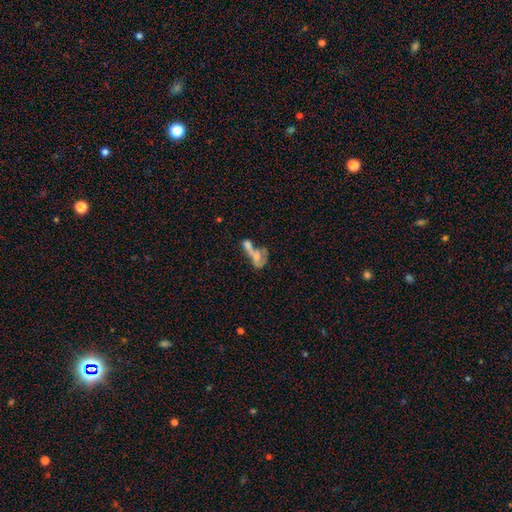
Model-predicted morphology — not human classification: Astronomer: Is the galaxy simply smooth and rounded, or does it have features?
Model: smooth — 46% (runner-up: featured or disk, 43%).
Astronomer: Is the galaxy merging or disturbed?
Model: merger — 63%.